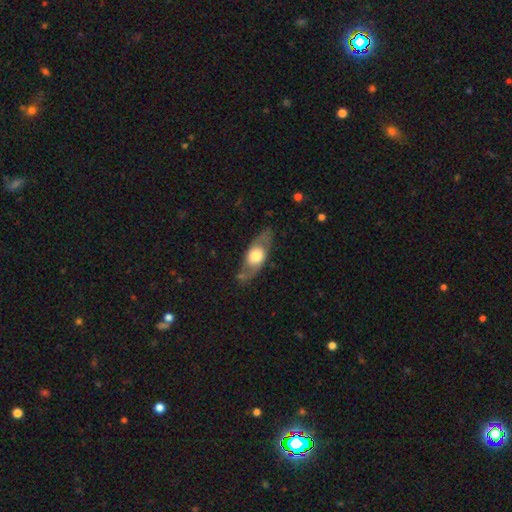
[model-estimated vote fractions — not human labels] This is possibly a featured or disk galaxy (58%). It is likely not viewed edge-on (69%). Merging: likely none (74%).